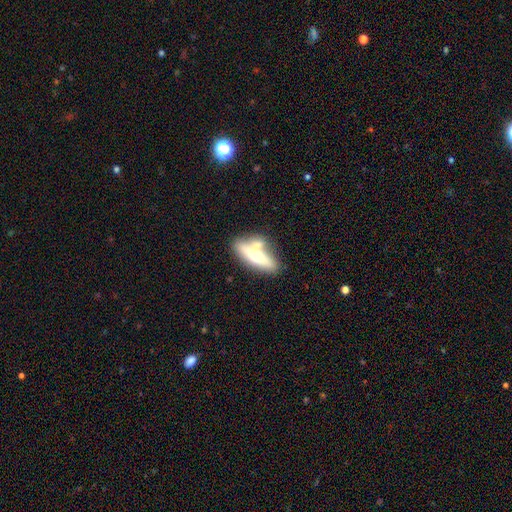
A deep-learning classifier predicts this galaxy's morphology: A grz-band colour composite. It shows a smooth galaxy with no disk features (48%). Merging: none (45%).